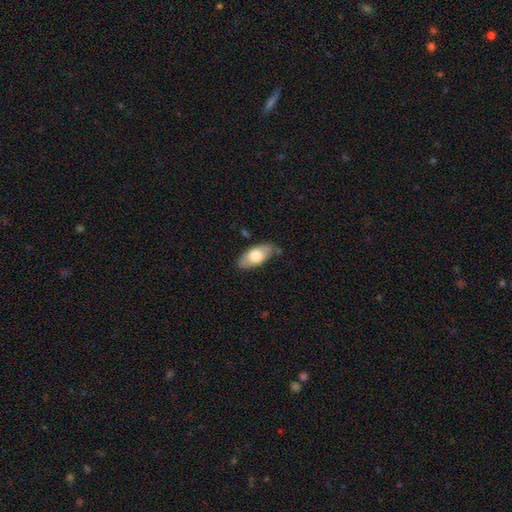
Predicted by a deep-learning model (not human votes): A smooth galaxy with no disk features (66%) that is in between round and cigar-shaped (89%). Merging: none (76%).